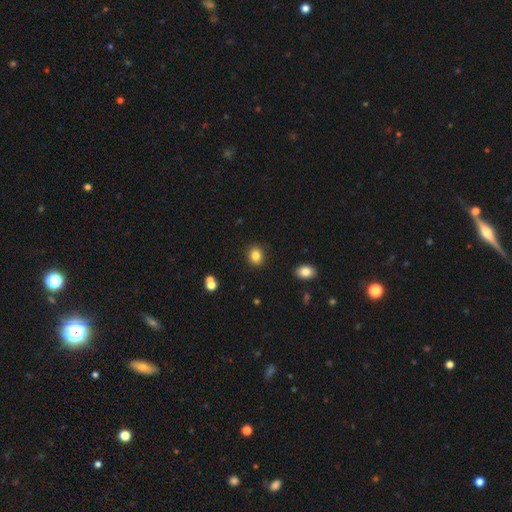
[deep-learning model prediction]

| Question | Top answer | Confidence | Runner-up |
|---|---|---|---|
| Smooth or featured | smooth | 84% | star or artifact (10%) |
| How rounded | round | 67% | in between (32%) |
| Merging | none | 89% | minor disturbance (7%) |